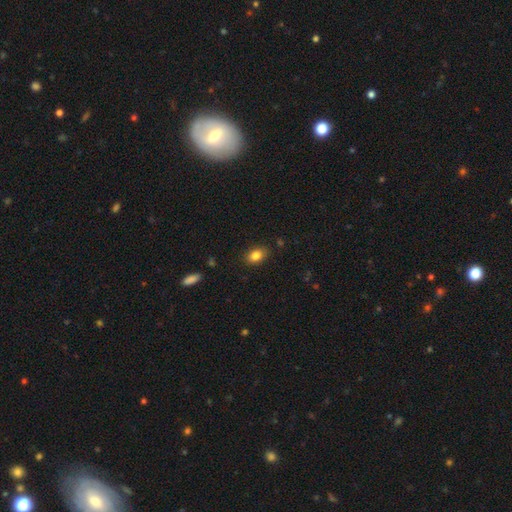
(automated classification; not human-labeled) The model was most divided on "how rounded": in between: 77%, round: 22%, cigar-shaped: 1%. More confident: merging — none (85%); smooth or featured — smooth (84%).